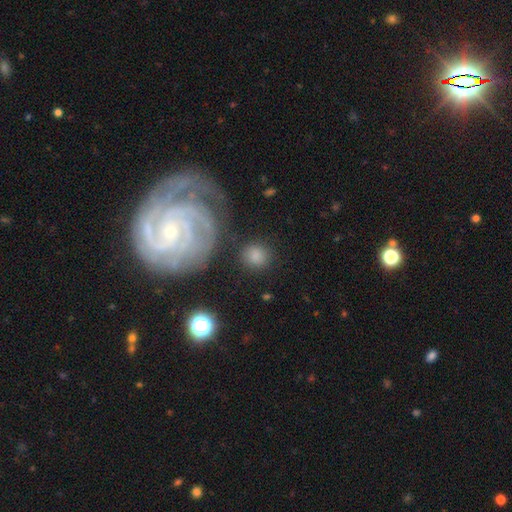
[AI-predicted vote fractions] The model was most divided on "smooth or featured": smooth: 77%, star or artifact: 12%, featured or disk: 11%. More confident: how rounded — round (86%); merging — none (82%).